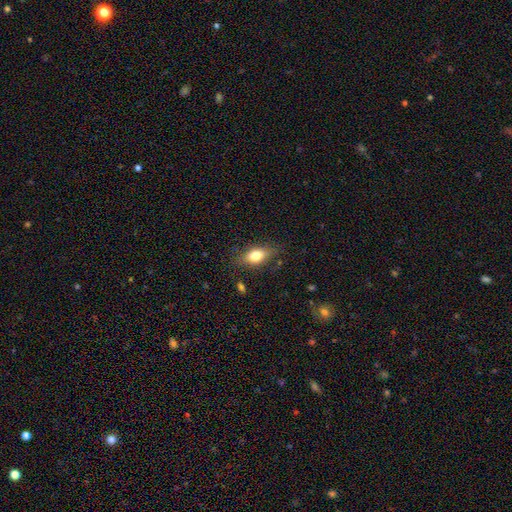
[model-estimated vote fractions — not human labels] A smooth galaxy with no disk features (77%) that is in between round and cigar-shaped (83%).

Vote fractions:
- Smooth or featured? smooth: 77% / featured or disk: 15% / star or artifact: 8%
- How rounded? in between: 83% / round: 9% / cigar-shaped: 8%
- Merging? none: 78% / minor disturbance: 16% / major disturbance: 4% / merger: 2%